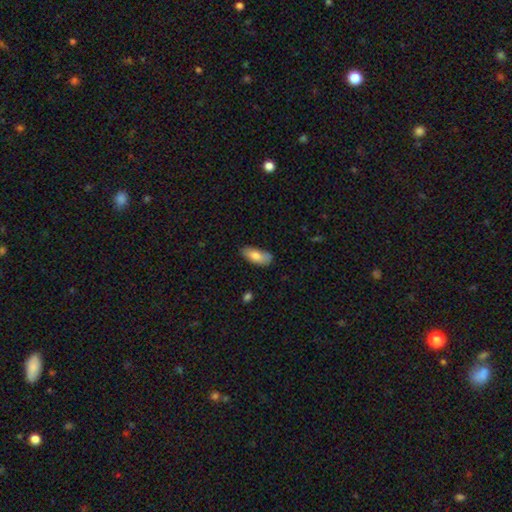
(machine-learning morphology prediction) smooth_or_featured: smooth (p=0.80) [alt: featured or disk p=0.14]
how_rounded: in between (p=0.83) [alt: cigar-shaped p=0.15]
merging: none (p=0.69) [alt: minor disturbance p=0.24]